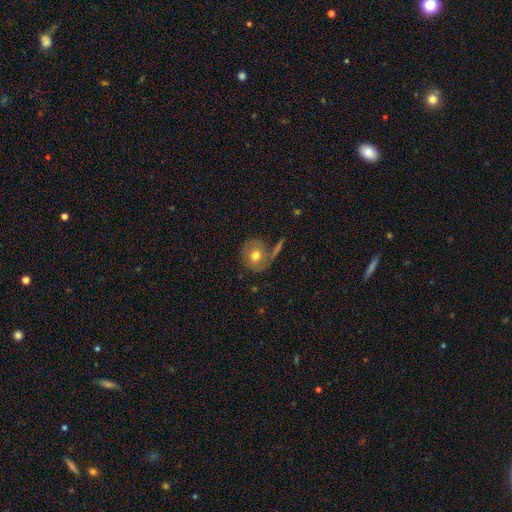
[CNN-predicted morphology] Smooth or featured? smooth (63%)
How rounded? round (86%)
Merging? none (63%)